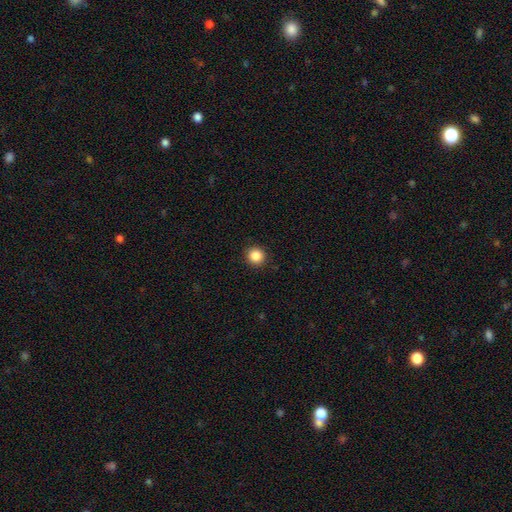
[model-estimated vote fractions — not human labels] The model was most divided on "smooth or featured": smooth: 86%, star or artifact: 10%, featured or disk: 3%. More confident: how rounded — round (94%); merging — none (92%).